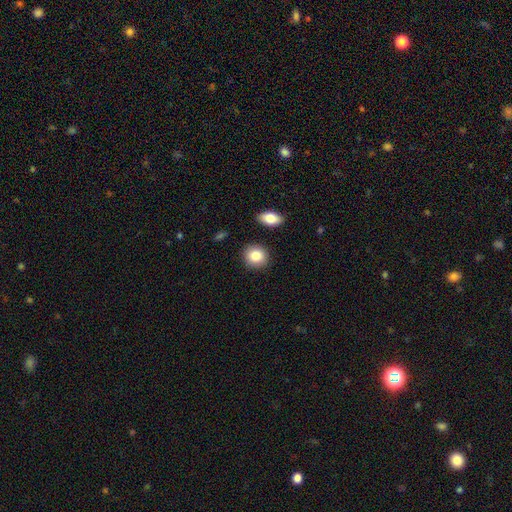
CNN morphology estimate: This appears to be a smooth galaxy with no disk features (84%) that is round (80%). Merging: none (87%).